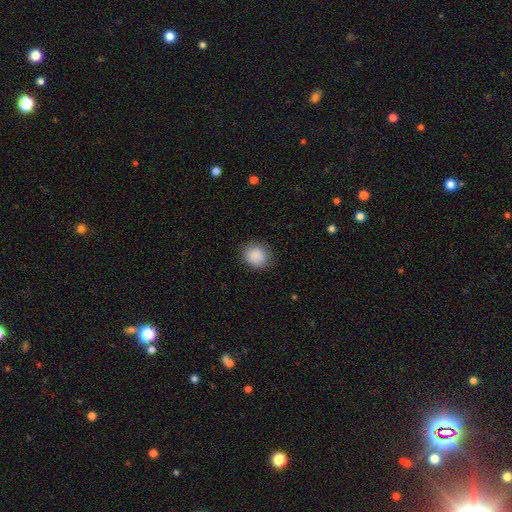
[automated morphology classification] Smooth or featured: smooth — 89% (star or artifact — 8%)
How rounded: round — 71% (in between — 28%)
Merging: none — 85% (minor disturbance — 11%)